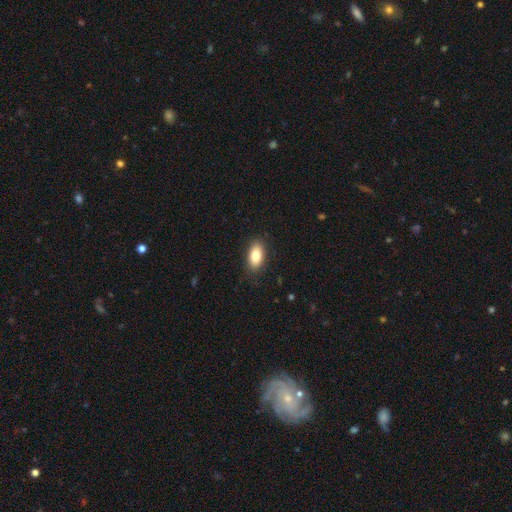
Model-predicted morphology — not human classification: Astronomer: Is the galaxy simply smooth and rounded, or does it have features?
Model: smooth — 83%.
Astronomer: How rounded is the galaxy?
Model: in between — 90%.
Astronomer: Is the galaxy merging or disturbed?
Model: none — 86%.